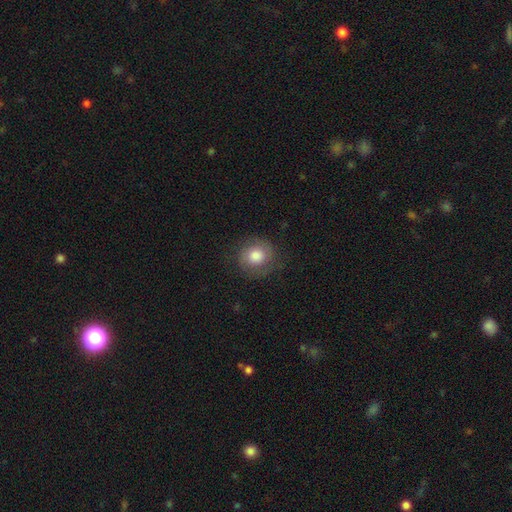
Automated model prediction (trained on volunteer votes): smooth-or-featured: smooth: 75% | featured or disk: 17% | star or artifact: 9%
  how-rounded: round: 87% | in between: 12% | cigar-shaped: 1%
  merging: none: 78% | minor disturbance: 14% | major disturbance: 6% | merger: 1%